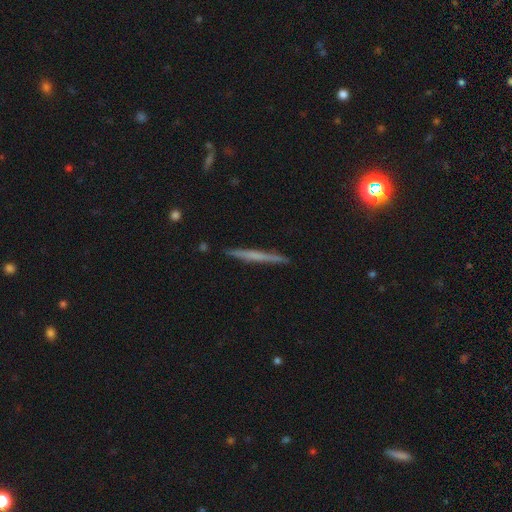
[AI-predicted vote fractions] featured or disk 53%, smooth 40%, star or artifact 7%. Down the decision tree: edge-on disk — yes (97%); edge-on bulge — none (76%); merging — none (91%).